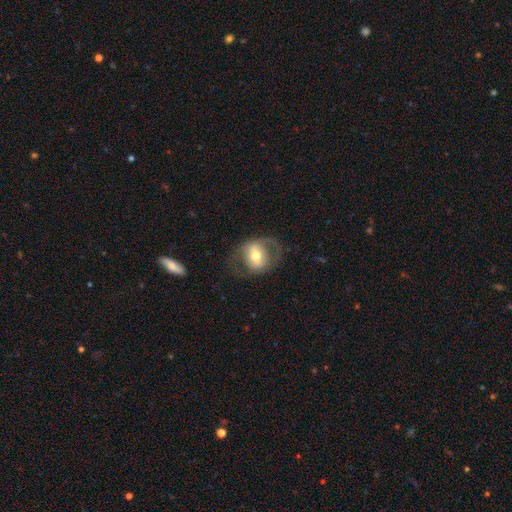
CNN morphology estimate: Q: Smooth or featured?
A: featured or disk (53%); runner-up: smooth (40%)
Q: Edge-on disk?
A: no (92%); runner-up: yes (8%)
Q: Merging?
A: none (65%); runner-up: major disturbance (17%)